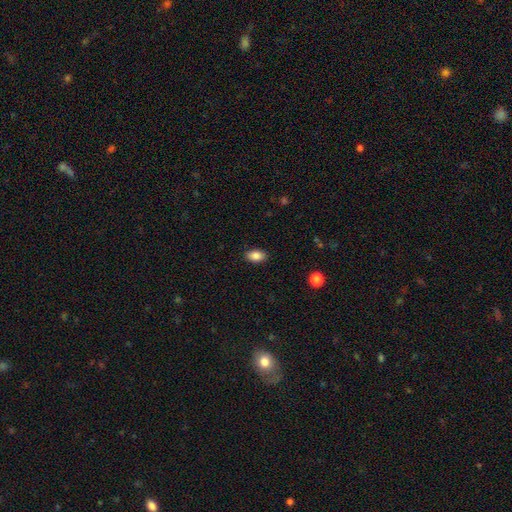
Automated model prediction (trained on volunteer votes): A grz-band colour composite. It shows a smooth galaxy with no disk features (87%) that is in between round and cigar-shaped (91%). Merging: none (89%).